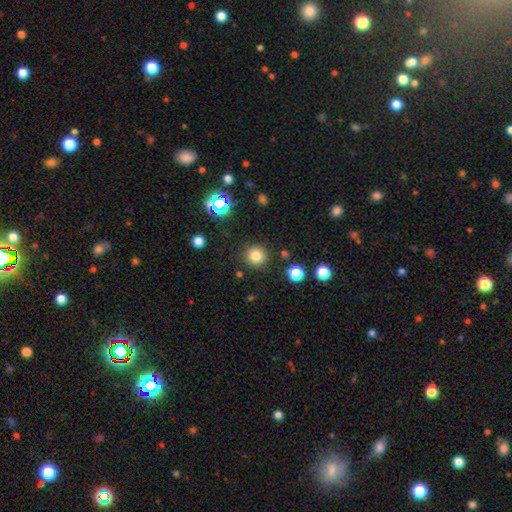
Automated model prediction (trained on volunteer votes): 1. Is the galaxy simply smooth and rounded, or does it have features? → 79% smooth, 15% star or artifact, 6% featured or disk.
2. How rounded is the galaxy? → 94% round, 5% in between, 1% cigar-shaped.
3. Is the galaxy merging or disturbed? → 88% none, 7% minor disturbance, 3% major disturbance, 2% merger.